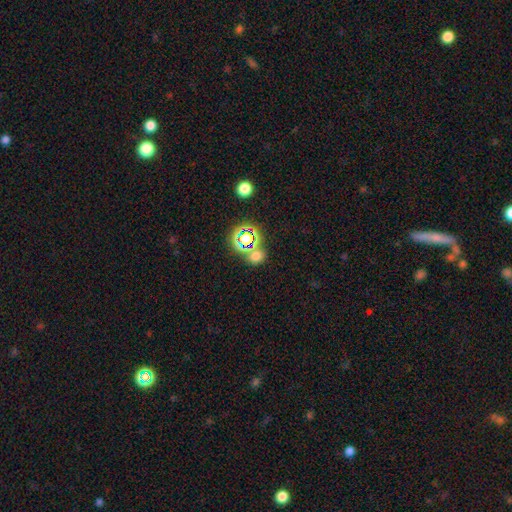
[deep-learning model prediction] Overall: smooth (57%; star or artifact 36%). How rounded: round (73%). Merging: none (68%).